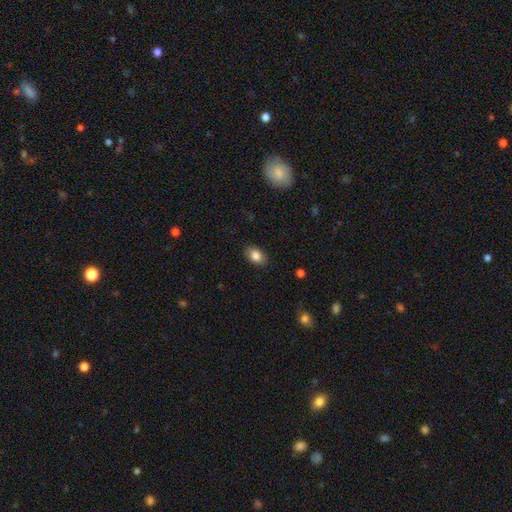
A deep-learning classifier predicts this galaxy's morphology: This is clearly a smooth galaxy (84%). How rounded: clearly in between (85%). Merging: clearly none (87%).